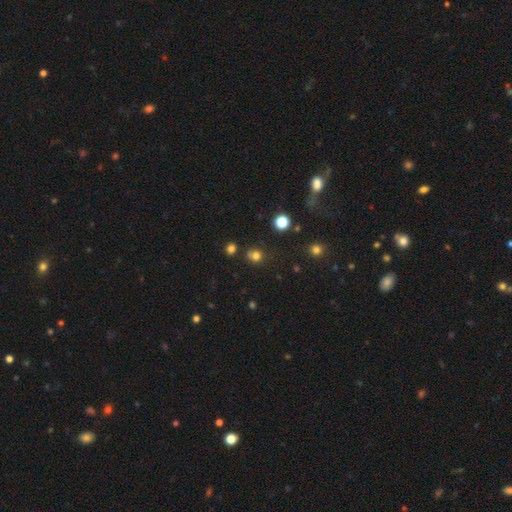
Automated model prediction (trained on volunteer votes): Morphology: type=smooth (75%); roundness=round (82%); merging=none (65%).